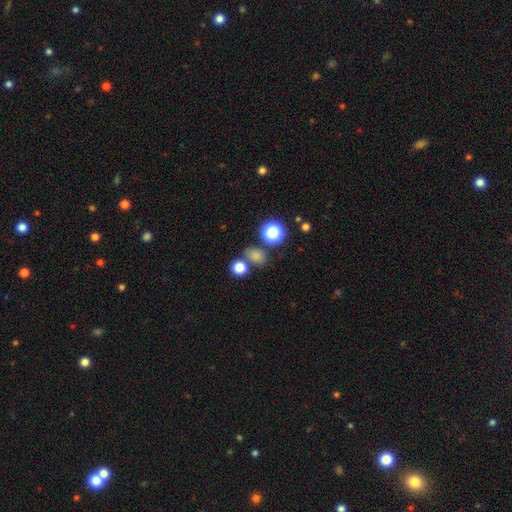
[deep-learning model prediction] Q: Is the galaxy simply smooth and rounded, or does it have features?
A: smooth — 73%.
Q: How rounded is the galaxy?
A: round — 59%.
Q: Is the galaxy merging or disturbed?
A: none — 70%.